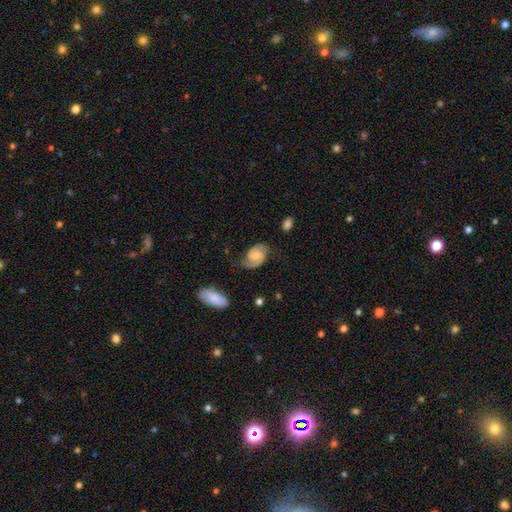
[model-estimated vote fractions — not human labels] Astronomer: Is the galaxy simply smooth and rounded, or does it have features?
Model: featured or disk — 72%.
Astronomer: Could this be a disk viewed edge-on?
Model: no — 97%.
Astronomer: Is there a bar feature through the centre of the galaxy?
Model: no — 54% (runner-up: weak, 38%).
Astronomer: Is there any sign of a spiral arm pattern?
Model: yes — 95%.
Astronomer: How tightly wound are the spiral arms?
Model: medium — 48% (runner-up: tight, 31%).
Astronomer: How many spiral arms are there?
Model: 2 — 86%.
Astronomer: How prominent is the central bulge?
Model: small — 40% (runner-up: moderate, 36%).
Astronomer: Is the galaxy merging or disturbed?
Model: none — 64%.